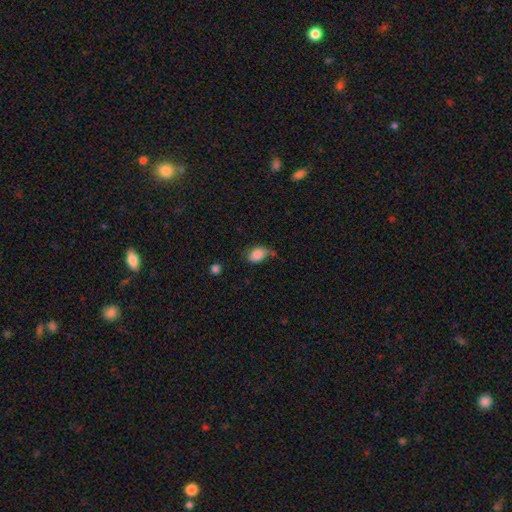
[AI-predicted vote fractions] smooth 85%, star or artifact 8%, featured or disk 7%. Down the decision tree: how rounded — in between (76%); merging — none (47%).